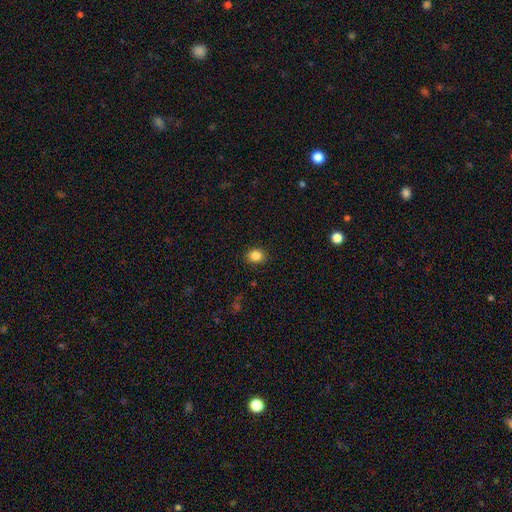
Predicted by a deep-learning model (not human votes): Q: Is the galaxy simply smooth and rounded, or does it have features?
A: smooth — 85%.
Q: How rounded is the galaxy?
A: round — 62%.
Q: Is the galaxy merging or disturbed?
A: none — 90%.